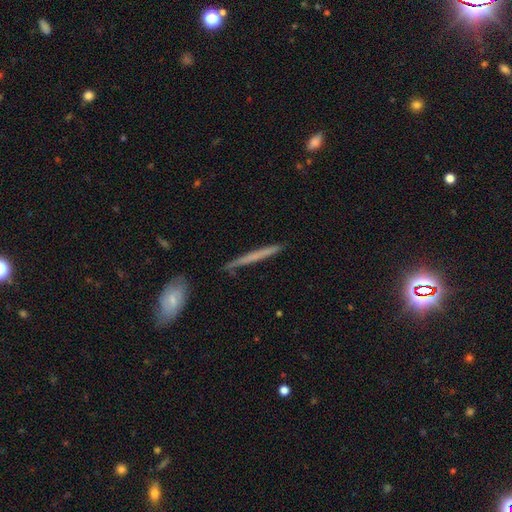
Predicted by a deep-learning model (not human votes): Overall: smooth (50%; featured or disk 43%). How rounded: cigar-shaped (96%). Merging: none (86%).